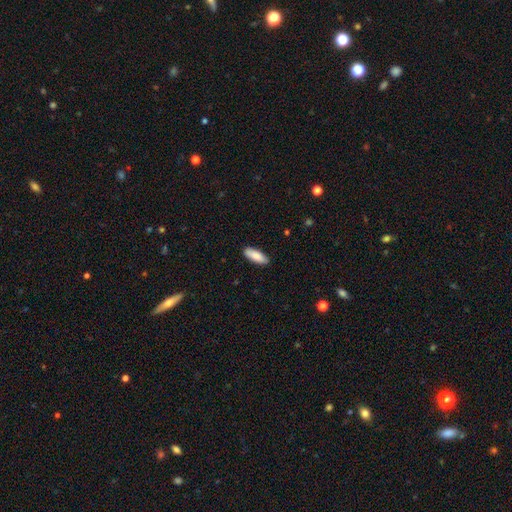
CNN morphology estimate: smooth-or-featured: smooth: 86% | featured or disk: 9% | star or artifact: 6%
  how-rounded: in between: 67% | cigar-shaped: 31% | round: 2%
  merging: none: 88% | minor disturbance: 9% | major disturbance: 2% | merger: 1%